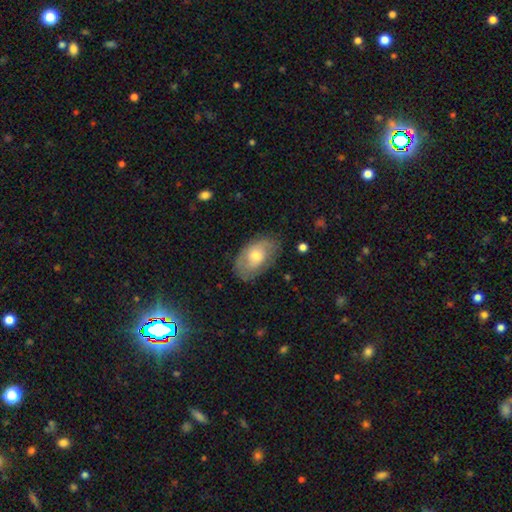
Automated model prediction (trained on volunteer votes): Q: Smooth or featured?
A: smooth (51%); runner-up: featured or disk (43%)
Q: How rounded?
A: in between (90%); runner-up: round (8%)
Q: Merging?
A: none (70%); runner-up: minor disturbance (21%)